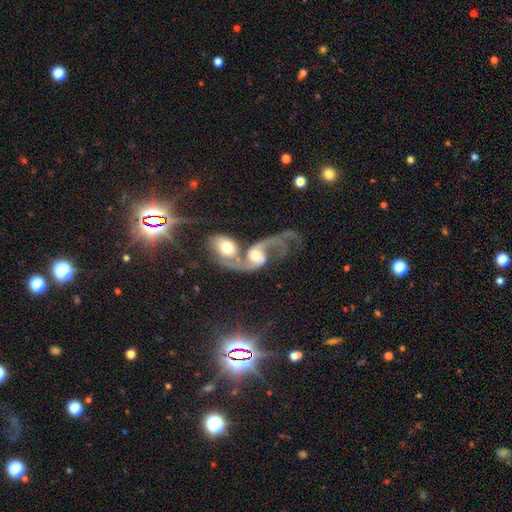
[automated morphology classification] This is likely a featured or disk galaxy (80%). It is clearly not viewed edge-on (96%). Bar: possibly no (52%). Spiral arm pattern: clearly yes (91%). Spiral arm count: clearly 2 (81%). Spiral winding: likely loose (74%). Central bulge: possibly moderate (52%). Merging: likely merger (73%).